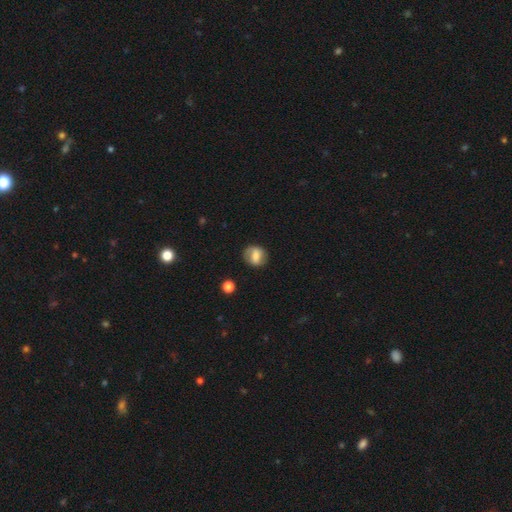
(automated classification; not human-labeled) A smooth galaxy with no disk features (60%) that is round (60%). Merging: none (76%).